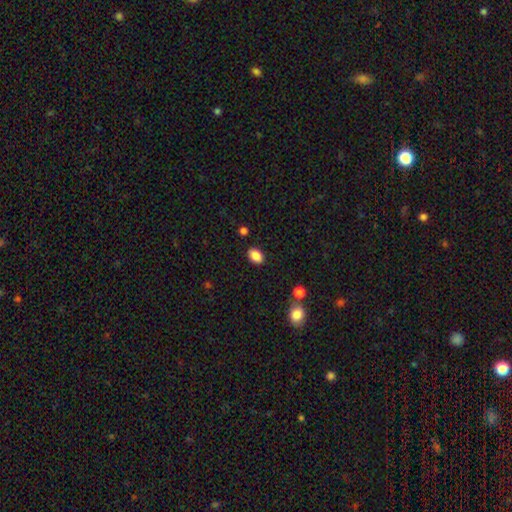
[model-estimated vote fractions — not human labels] A smooth galaxy with no disk features (88%) that is in between round and cigar-shaped (84%).

Vote fractions:
- Smooth or featured? smooth: 88% / star or artifact: 8% / featured or disk: 4%
- How rounded? in between: 84% / round: 14% / cigar-shaped: 1%
- Merging? none: 87% / minor disturbance: 9% / major disturbance: 2% / merger: 2%